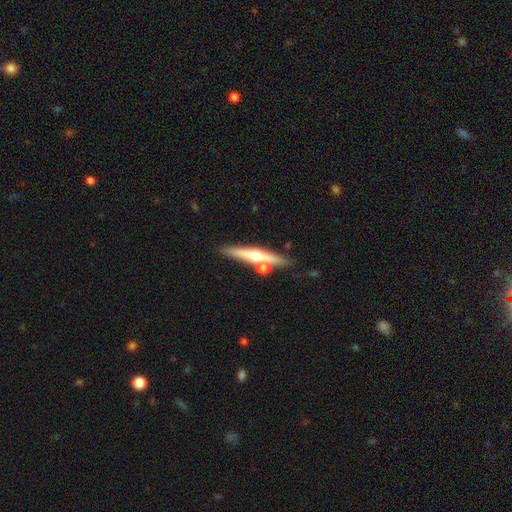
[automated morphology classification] Smooth or featured: featured or disk — 63% (smooth — 32%)
Edge-on disk: yes — 96% (no — 4%)
Edge-on bulge: rounded — 91% (none — 5%)
Merging: none — 73% (merger — 15%)